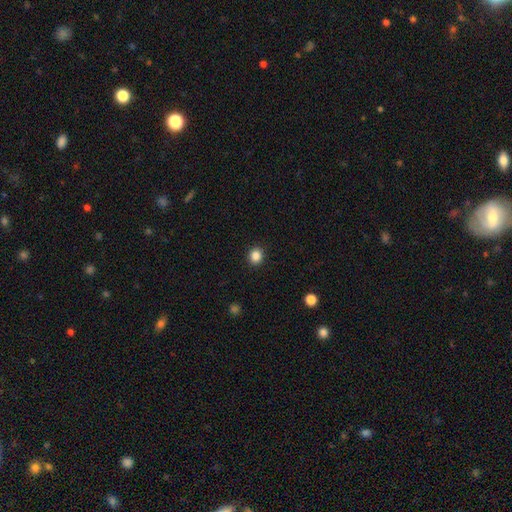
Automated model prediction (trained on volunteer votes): Smooth or featured? smooth (86%)
How rounded? round (81%)
Merging? none (92%)